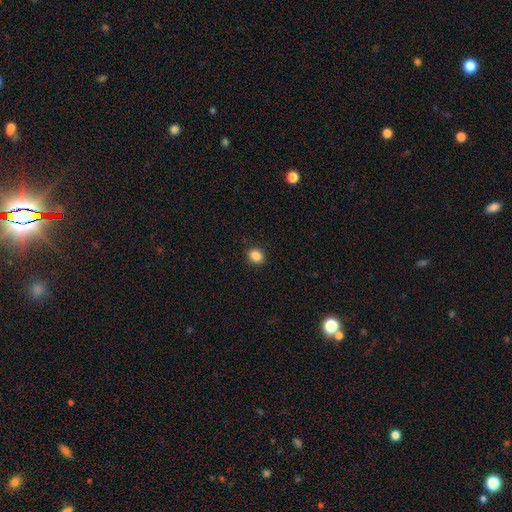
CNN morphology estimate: smooth_or_featured: smooth (p=0.87) [alt: star or artifact p=0.10]
how_rounded: round (p=0.56) [alt: in between p=0.43]
merging: none (p=0.89) [alt: minor disturbance p=0.07]